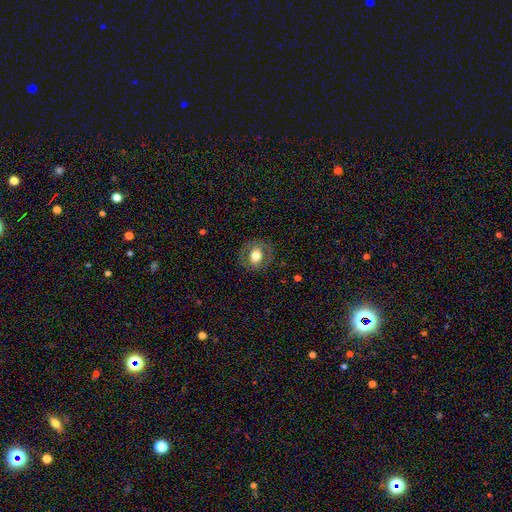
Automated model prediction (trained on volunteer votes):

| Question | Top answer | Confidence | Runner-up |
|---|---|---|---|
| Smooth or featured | smooth | 62% | featured or disk (29%) |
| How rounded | round | 66% | in between (33%) |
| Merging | none | 82% | minor disturbance (12%) |